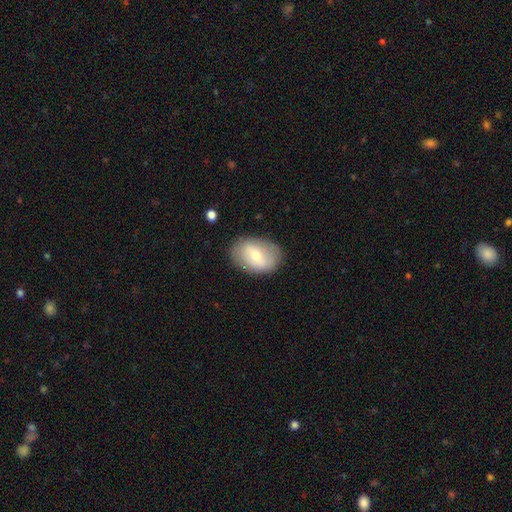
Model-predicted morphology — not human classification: Q: Smooth or featured?
A: smooth (57%); runner-up: featured or disk (36%)
Q: How rounded?
A: in between (79%); runner-up: round (20%)
Q: Merging?
A: none (83%); runner-up: minor disturbance (12%)